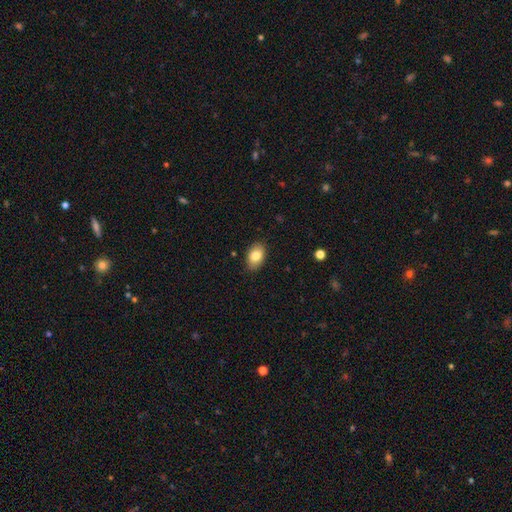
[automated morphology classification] smooth_or_featured: smooth (p=0.82) [alt: featured or disk p=0.10]
how_rounded: in between (p=0.88) [alt: round p=0.11]
merging: none (p=0.86) [alt: minor disturbance p=0.11]